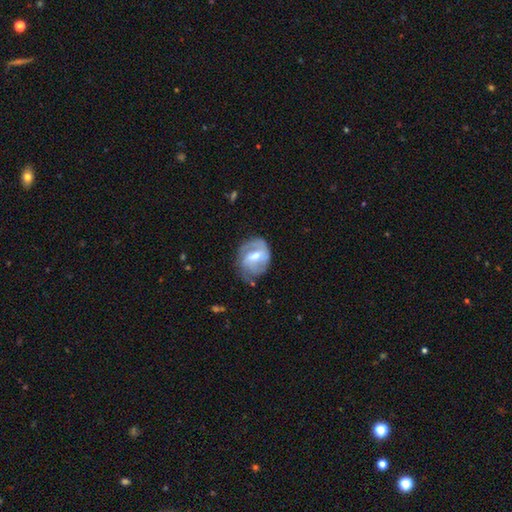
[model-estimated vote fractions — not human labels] Smooth or featured? Predicted: featured or disk (p=0.74). Edge-on disk? Predicted: no (p=0.97). Bar? Predicted: weak (p=0.50). Spiral arms? Predicted: yes (p=0.86). Spiral winding? Predicted: medium (p=0.42). Spiral arm count? Predicted: 2 (p=0.54). Bulge size? Predicted: moderate (p=0.63). Merging? Predicted: none (p=0.59).